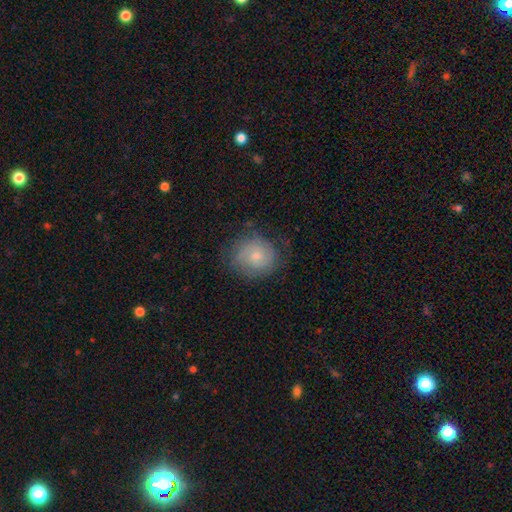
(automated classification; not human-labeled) The model was most divided on "smooth or featured": smooth: 51%, featured or disk: 40%, star or artifact: 8%. More confident: how rounded — round (84%); merging — none (71%).